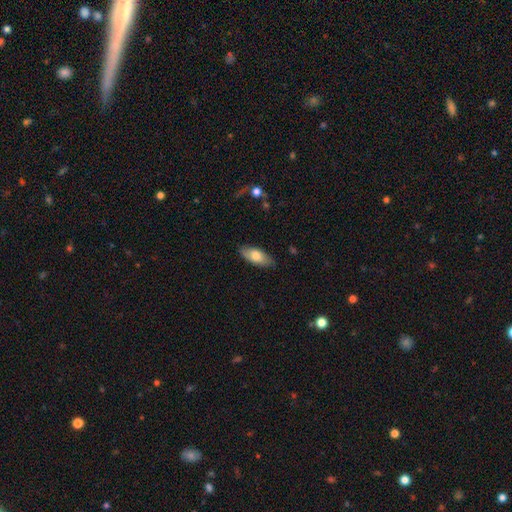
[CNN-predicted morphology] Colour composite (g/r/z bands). It shows a smooth galaxy with no disk features (72%) that is in between round and cigar-shaped (83%). Merging: none (84%).